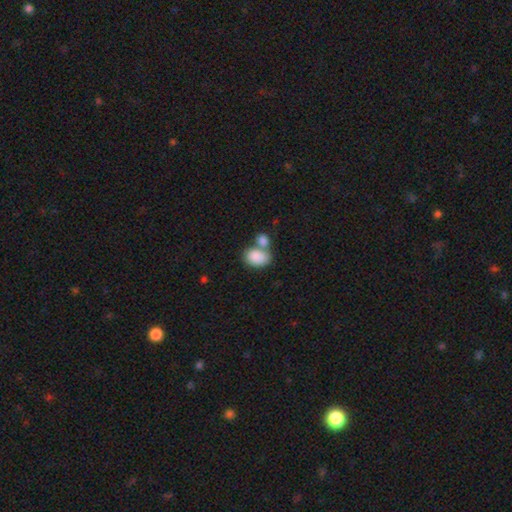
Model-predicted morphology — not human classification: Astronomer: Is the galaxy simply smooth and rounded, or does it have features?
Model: smooth — 85%.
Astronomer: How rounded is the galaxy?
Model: in between — 78%.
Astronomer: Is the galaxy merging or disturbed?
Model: merger — 51% (runner-up: none, 33%).